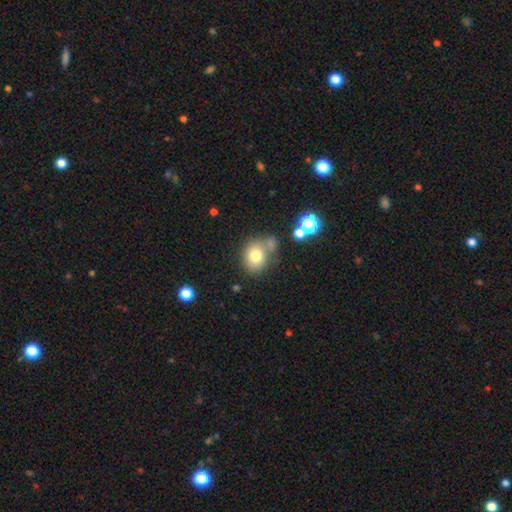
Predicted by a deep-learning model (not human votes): smooth-or-featured: smooth: 76% | star or artifact: 12% | featured or disk: 12%
  how-rounded: round: 60% | in between: 39% | cigar-shaped: 1%
  merging: none: 56% | merger: 19% | minor disturbance: 17% | major disturbance: 7%